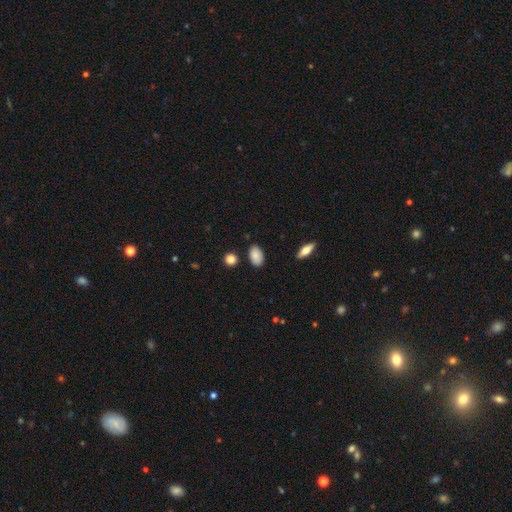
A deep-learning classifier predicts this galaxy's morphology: This appears to be a smooth galaxy with no disk features (86%) that is in between round and cigar-shaped (89%). Merging: none (85%).